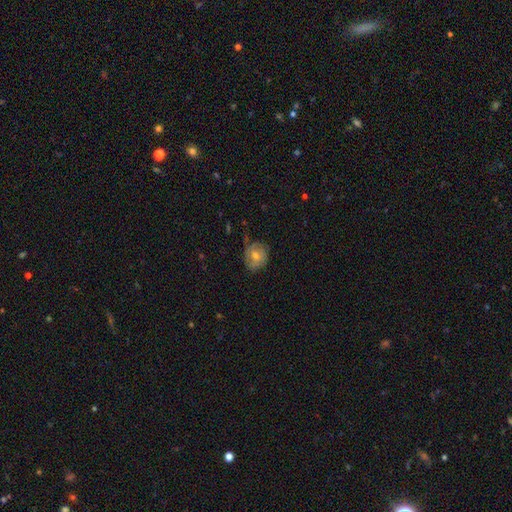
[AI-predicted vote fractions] A smooth galaxy with no disk features (50%).

Vote fractions:
- Smooth or featured? smooth: 50% / featured or disk: 40% / star or artifact: 10%
- Merging? none: 66% / minor disturbance: 25% / major disturbance: 7% / merger: 2%